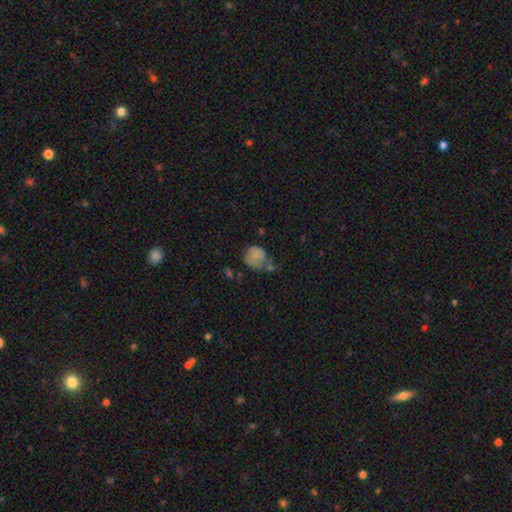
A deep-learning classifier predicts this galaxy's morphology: smooth_or_featured: smooth (p=0.68) [alt: featured or disk p=0.21]
how_rounded: round (p=0.68) [alt: in between p=0.31]
merging: none (p=0.31) [alt: major disturbance p=0.27]